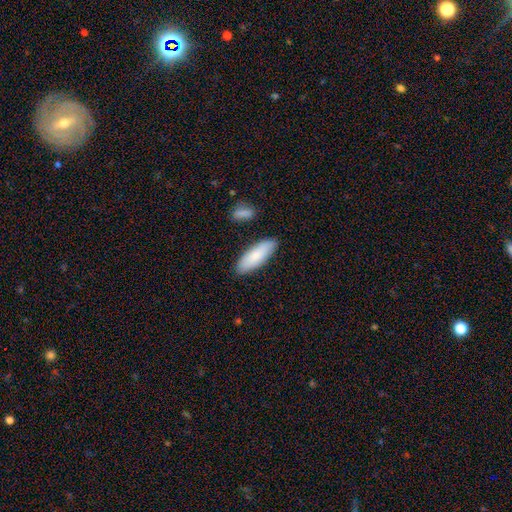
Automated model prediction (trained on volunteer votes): A smooth galaxy with no disk features (83%) that is in between round and cigar-shaped (66%).

Vote fractions:
- Smooth or featured? smooth: 83% / featured or disk: 12% / star or artifact: 5%
- How rounded? in between: 66% / cigar-shaped: 33% / round: 2%
- Merging? none: 84% / minor disturbance: 11% / merger: 3% / major disturbance: 2%